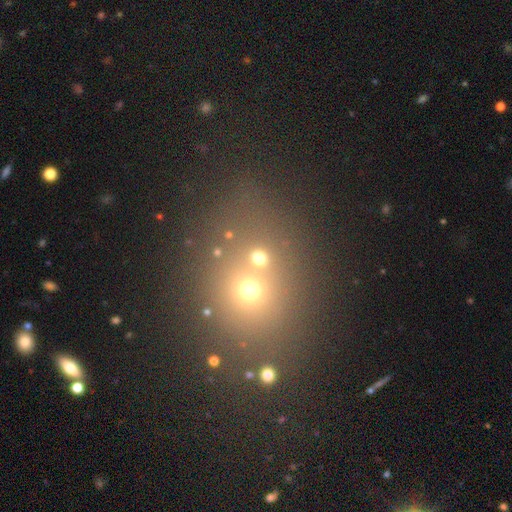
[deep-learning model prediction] Q: Smooth or featured?
A: smooth (67%); runner-up: star or artifact (23%)
Q: How rounded?
A: round (82%); runner-up: in between (16%)
Q: Merging?
A: none (53%); runner-up: merger (34%)